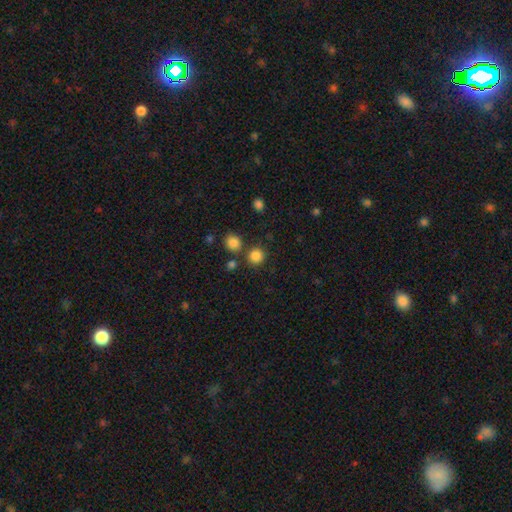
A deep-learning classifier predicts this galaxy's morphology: smooth_or_featured: smooth (p=0.84) [alt: star or artifact p=0.12]
how_rounded: round (p=0.89) [alt: in between p=0.10]
merging: none (p=0.78) [alt: merger p=0.11]